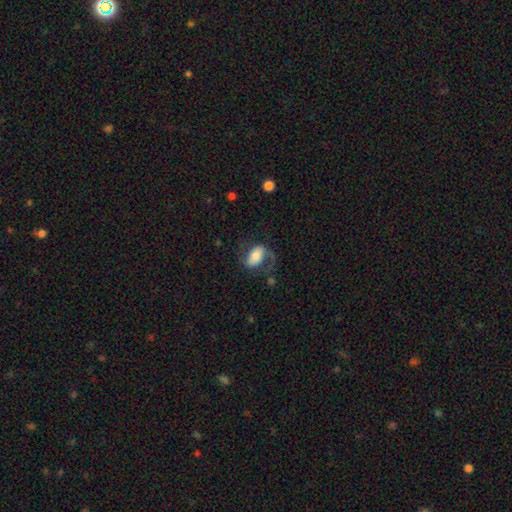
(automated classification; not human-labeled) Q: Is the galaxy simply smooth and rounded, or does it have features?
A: featured or disk — 56%.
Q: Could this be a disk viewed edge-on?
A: no — 96%.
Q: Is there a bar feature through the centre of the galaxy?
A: no — 38%.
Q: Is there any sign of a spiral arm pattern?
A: yes — 87%.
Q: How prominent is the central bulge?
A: moderate — 41%.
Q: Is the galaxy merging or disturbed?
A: none — 54%.